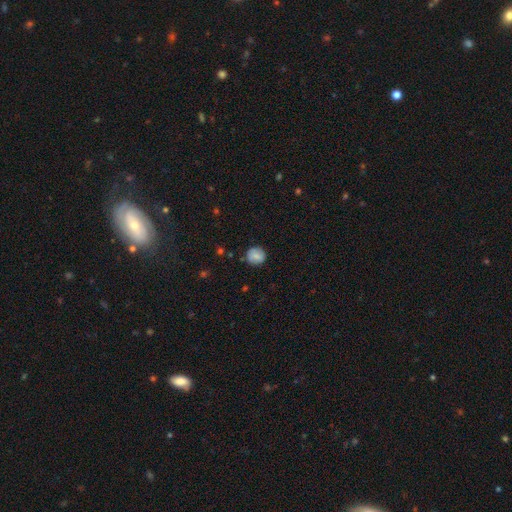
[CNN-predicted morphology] Overall: smooth (76%). How rounded: round (87%). Merging: none (81%).